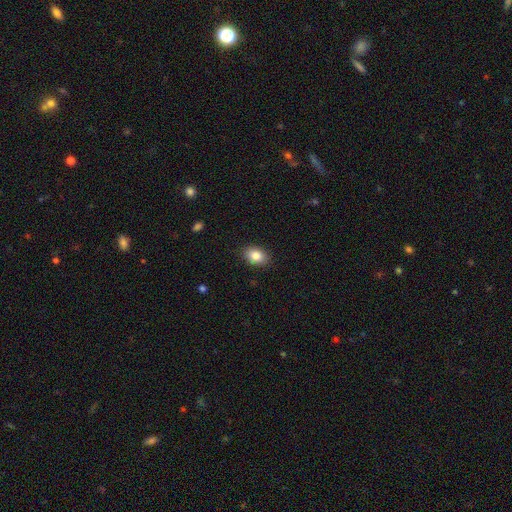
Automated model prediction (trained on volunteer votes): A smooth galaxy with no disk features (85%) that is in between round and cigar-shaped (81%). Merging: none (88%).